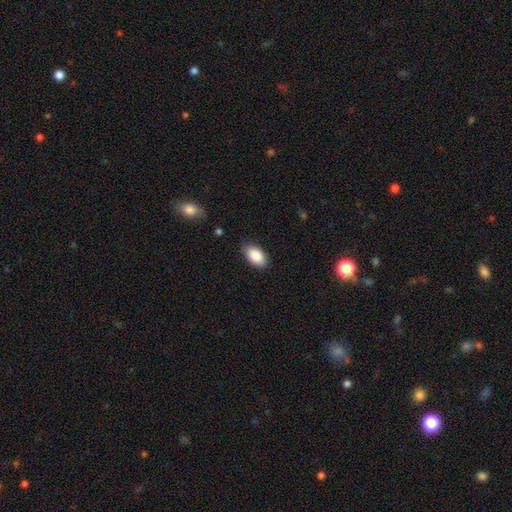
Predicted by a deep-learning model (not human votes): Smooth or featured: smooth — 88% (star or artifact — 6%)
How rounded: in between — 94% (round — 4%)
Merging: none — 84% (minor disturbance — 12%)